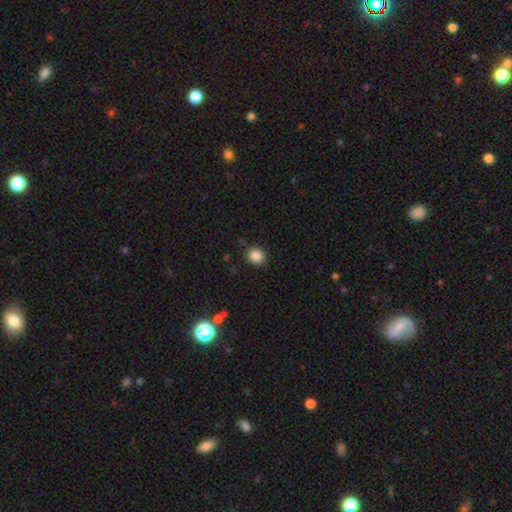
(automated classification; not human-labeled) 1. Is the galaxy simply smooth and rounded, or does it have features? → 86% smooth, 10% star or artifact, 3% featured or disk.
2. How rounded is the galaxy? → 80% round, 19% in between, 1% cigar-shaped.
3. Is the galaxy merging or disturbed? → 86% none, 10% minor disturbance, 3% major disturbance, 1% merger.